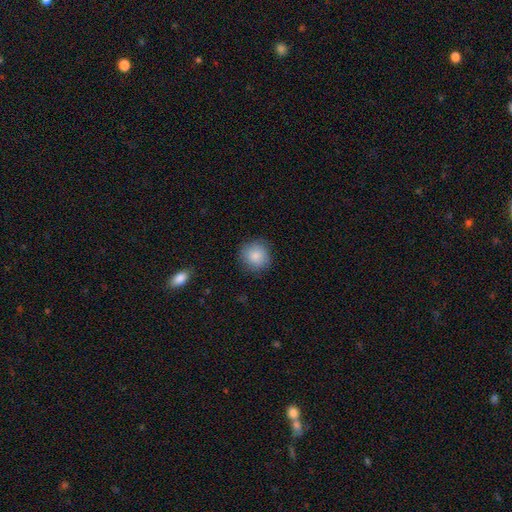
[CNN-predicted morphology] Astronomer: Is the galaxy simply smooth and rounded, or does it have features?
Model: smooth — 85%.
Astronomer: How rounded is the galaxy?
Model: round — 91%.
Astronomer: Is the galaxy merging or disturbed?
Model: none — 85%.